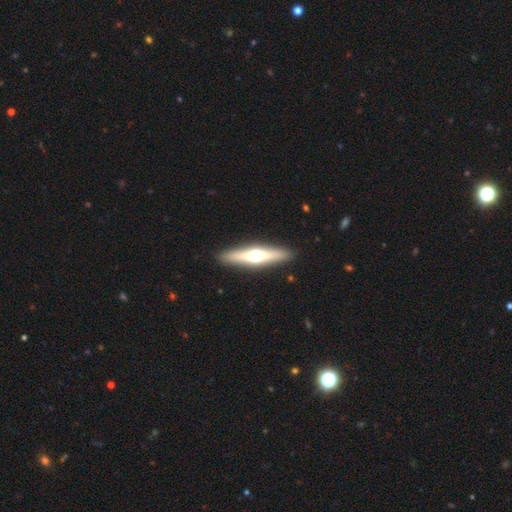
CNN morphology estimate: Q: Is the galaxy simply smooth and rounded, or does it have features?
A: featured or disk — 59%.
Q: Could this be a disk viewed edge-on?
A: yes — 94%.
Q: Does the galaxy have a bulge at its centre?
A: rounded — 93%.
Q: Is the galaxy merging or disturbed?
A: none — 91%.